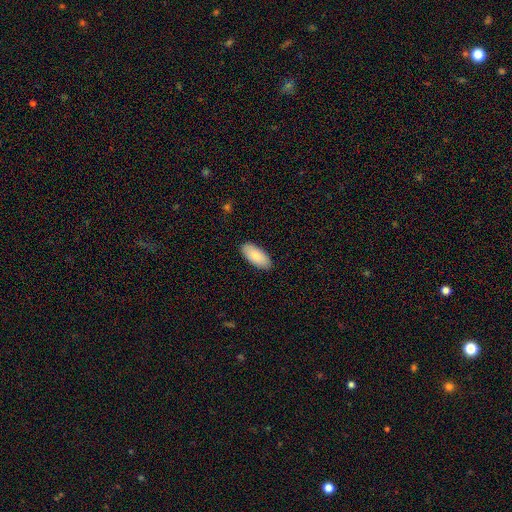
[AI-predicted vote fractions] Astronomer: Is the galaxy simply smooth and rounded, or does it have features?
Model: smooth — 88%.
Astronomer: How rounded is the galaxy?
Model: in between — 92%.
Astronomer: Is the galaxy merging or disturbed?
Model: none — 89%.